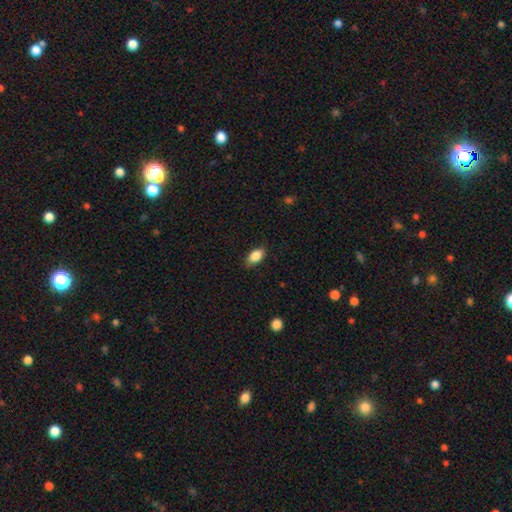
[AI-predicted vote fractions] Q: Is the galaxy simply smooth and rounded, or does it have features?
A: smooth — 87%.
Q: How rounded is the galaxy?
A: in between — 90%.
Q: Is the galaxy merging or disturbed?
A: none — 83%.